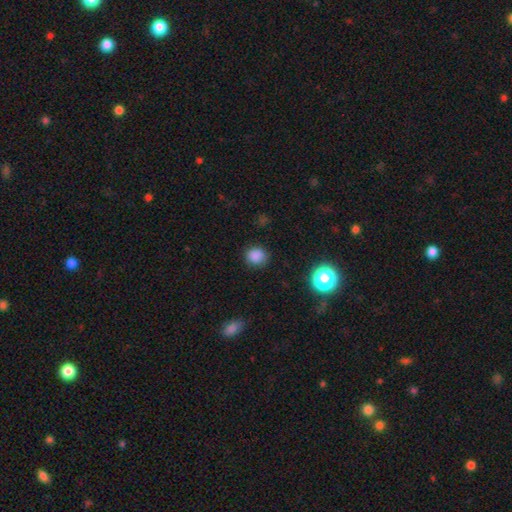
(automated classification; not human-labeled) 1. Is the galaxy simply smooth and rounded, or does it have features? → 83% smooth, 14% star or artifact, 4% featured or disk.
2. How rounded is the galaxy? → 81% round, 18% in between, 1% cigar-shaped.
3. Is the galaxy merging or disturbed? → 85% none, 10% minor disturbance, 3% major disturbance, 1% merger.